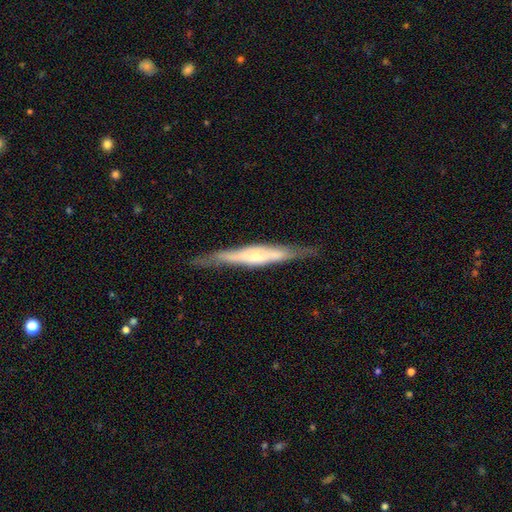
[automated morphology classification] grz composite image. It shows a featured or disk galaxy (71%) viewed edge-on (91%) with a rounded central bulge (55%). Merging: none (81%).